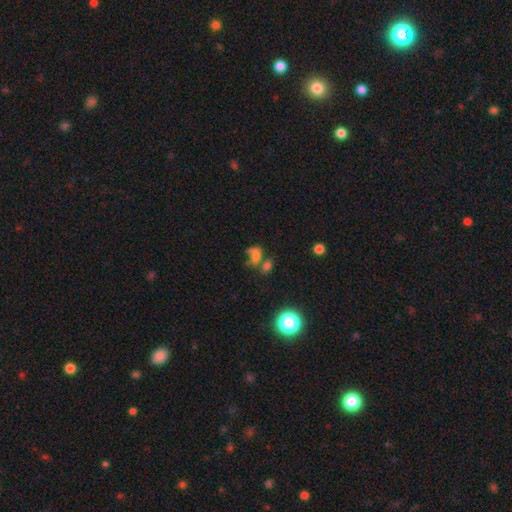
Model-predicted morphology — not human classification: smooth-or-featured: smooth: 55% | featured or disk: 23% | star or artifact: 22%
  how-rounded: in between: 72% | round: 24% | cigar-shaped: 4%
  merging: merger: 43% | none: 25% | major disturbance: 19% | minor disturbance: 13%